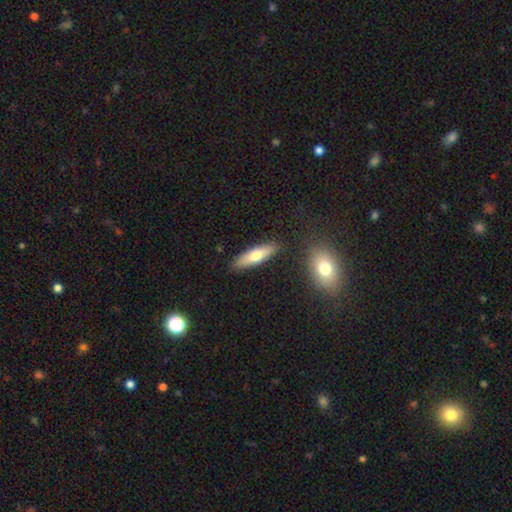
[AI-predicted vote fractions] Morphology: type=smooth (64%); roundness=cigar-shaped (58%); merging=none (86%).